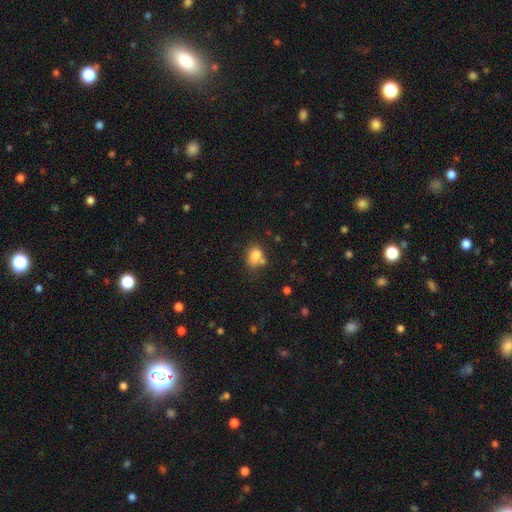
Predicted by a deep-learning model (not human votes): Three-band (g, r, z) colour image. It shows a smooth galaxy with no disk features (79%) that is in between round and cigar-shaped (63%). Merging: none (50%).